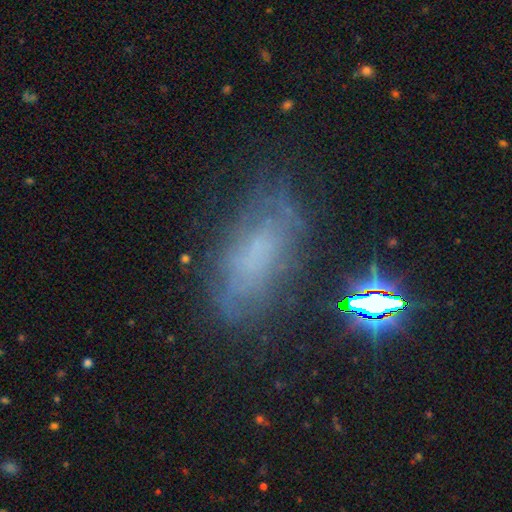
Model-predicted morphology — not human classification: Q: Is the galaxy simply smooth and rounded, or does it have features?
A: featured or disk — 43%.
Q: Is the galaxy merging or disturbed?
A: none — 64%.